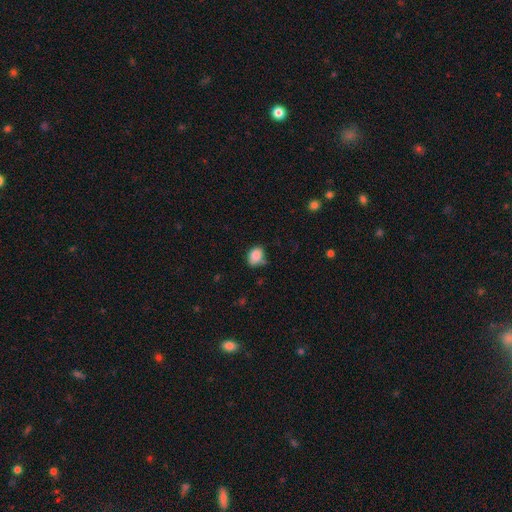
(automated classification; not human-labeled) This is clearly a smooth galaxy (85%). How rounded: likely in between (64%). Merging: possibly none (59%).